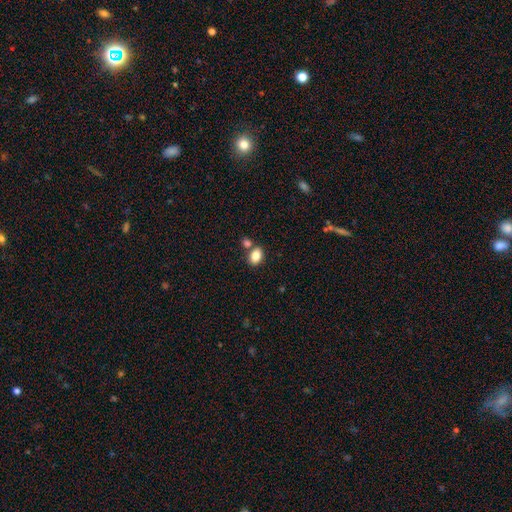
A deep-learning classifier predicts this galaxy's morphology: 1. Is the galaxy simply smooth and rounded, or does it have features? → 85% smooth, 9% star or artifact, 7% featured or disk.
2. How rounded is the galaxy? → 74% in between, 25% round, 1% cigar-shaped.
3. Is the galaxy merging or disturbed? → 64% none, 22% merger, 11% minor disturbance, 3% major disturbance.